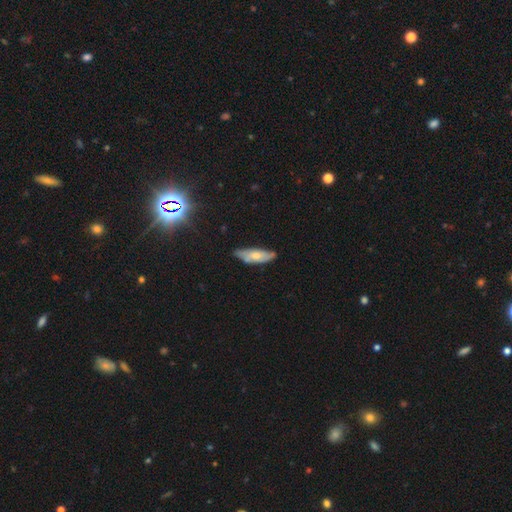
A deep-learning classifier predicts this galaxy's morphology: A smooth galaxy with no disk features (52%) that is in between round and cigar-shaped (59%). Merging: none (67%).